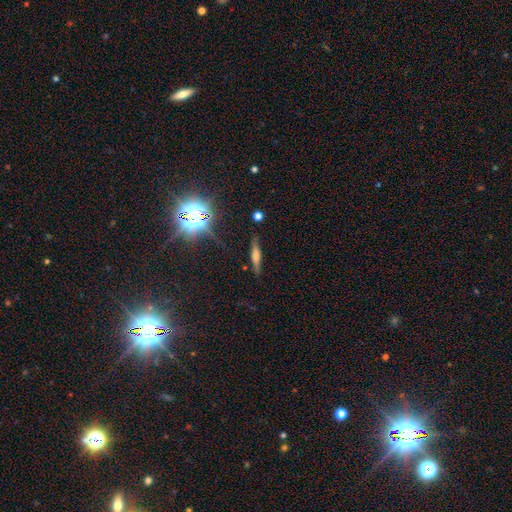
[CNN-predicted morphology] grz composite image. It shows a featured or disk galaxy (50%). Merging: none (85%).